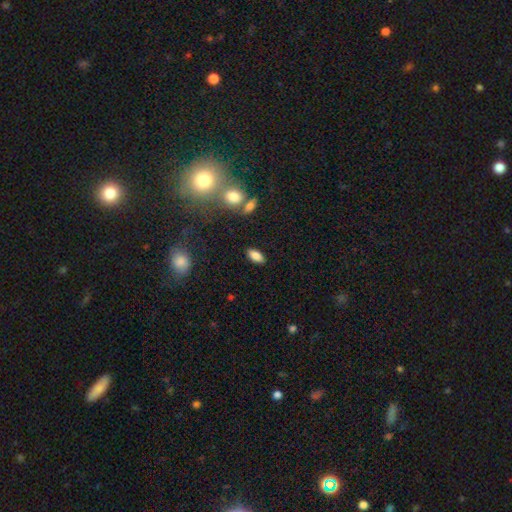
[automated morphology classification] smooth-or-featured: smooth: 84% | star or artifact: 9% | featured or disk: 7%
  how-rounded: in between: 89% | cigar-shaped: 8% | round: 3%
  merging: none: 86% | minor disturbance: 9% | merger: 3% | major disturbance: 3%